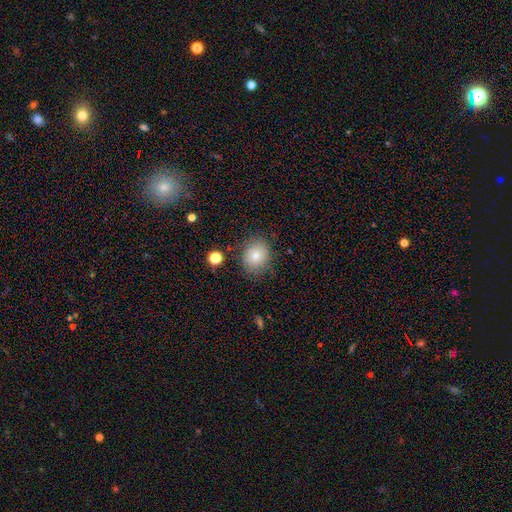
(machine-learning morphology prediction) type=smooth (76%); roundness=round (61%); merging=none (78%).